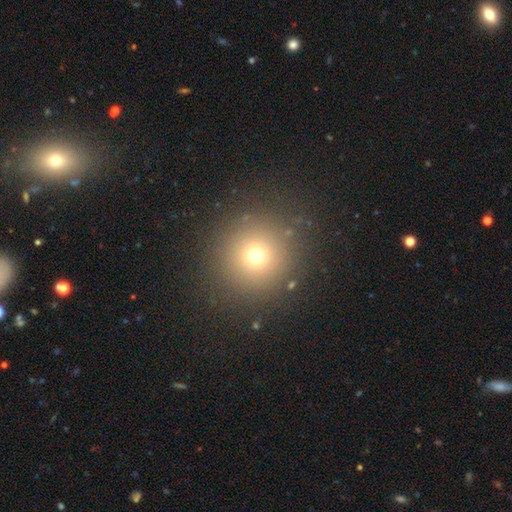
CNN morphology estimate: type=smooth (69%); roundness=round (95%); merging=none (88%).